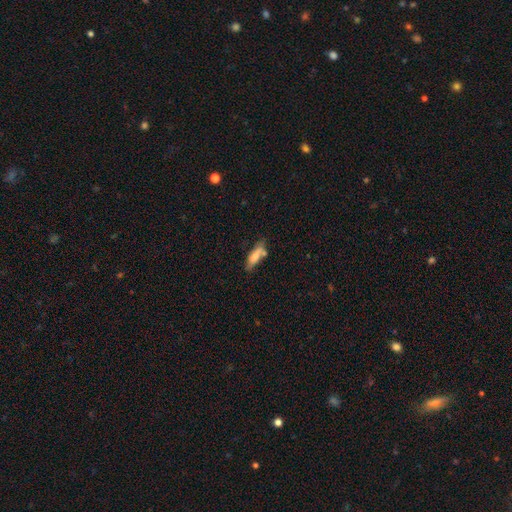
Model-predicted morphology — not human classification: smooth_or_featured: smooth (p=0.71) [alt: featured or disk p=0.22]
how_rounded: in between (p=0.53) [alt: cigar-shaped p=0.45]
merging: none (p=0.53) [alt: minor disturbance p=0.23]